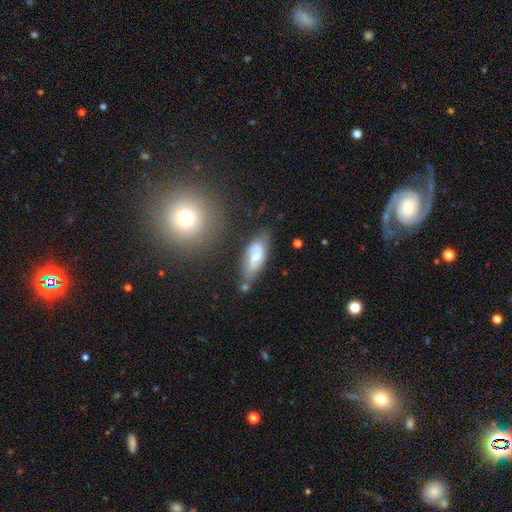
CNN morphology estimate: smooth_or_featured: smooth (p=0.50) [alt: featured or disk p=0.43]
merging: none (p=0.61) [alt: minor disturbance p=0.23]